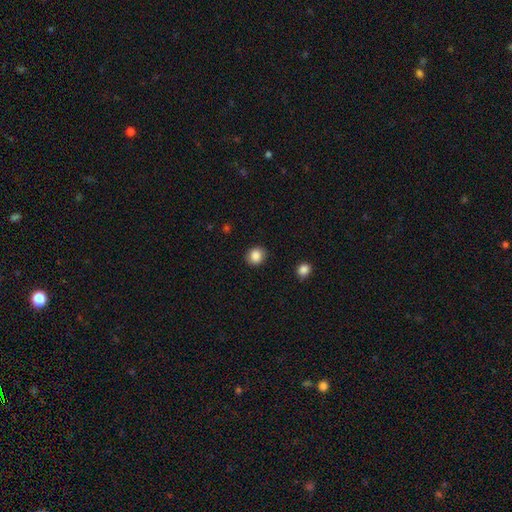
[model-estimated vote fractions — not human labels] Q: Smooth or featured?
A: smooth (87%); runner-up: star or artifact (9%)
Q: How rounded?
A: round (78%); runner-up: in between (21%)
Q: Merging?
A: none (86%); runner-up: minor disturbance (10%)